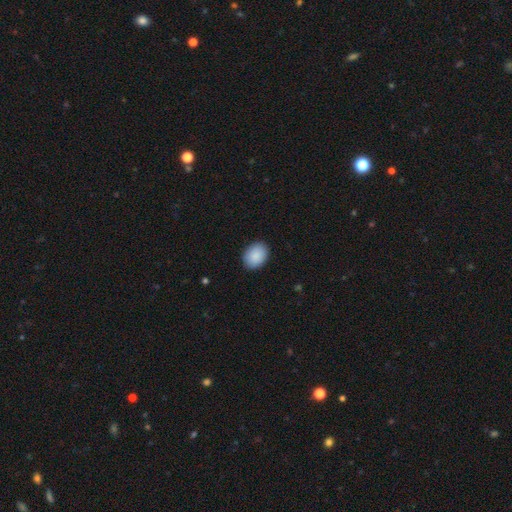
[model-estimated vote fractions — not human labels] The model was most divided on "how rounded": in between: 66%, round: 33%, cigar-shaped: 1%. More confident: smooth or featured — smooth (90%); merging — none (89%).